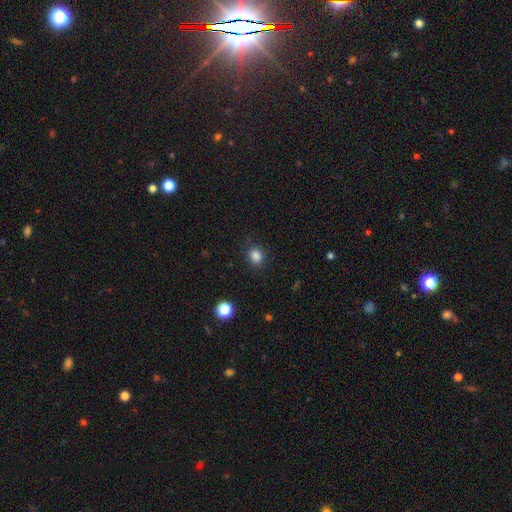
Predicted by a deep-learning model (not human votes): smooth-or-featured: smooth: 85% | star or artifact: 12% | featured or disk: 4%
  how-rounded: round: 55% | in between: 44% | cigar-shaped: 1%
  merging: none: 86% | minor disturbance: 10% | major disturbance: 3% | merger: 1%